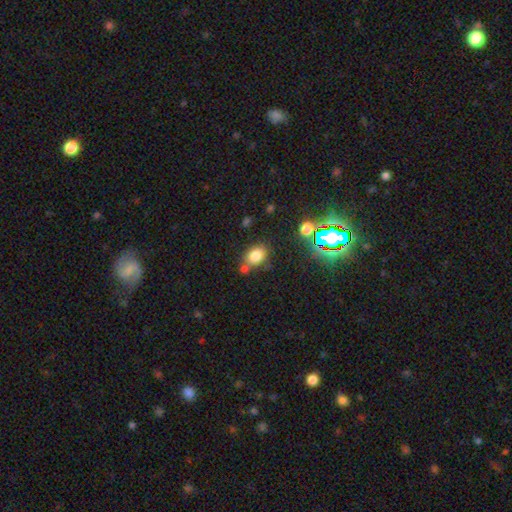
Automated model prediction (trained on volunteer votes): This appears to be a smooth galaxy with no disk features (78%) that is in between round and cigar-shaped (71%). Merging: none (67%).